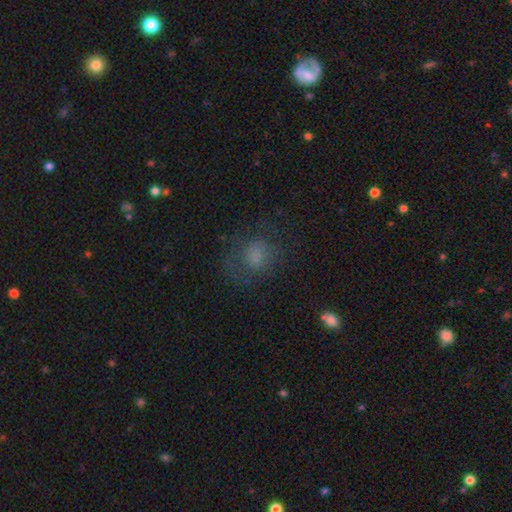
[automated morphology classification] Smooth or featured? smooth (62%)
How rounded? round (66%)
Merging? none (60%)